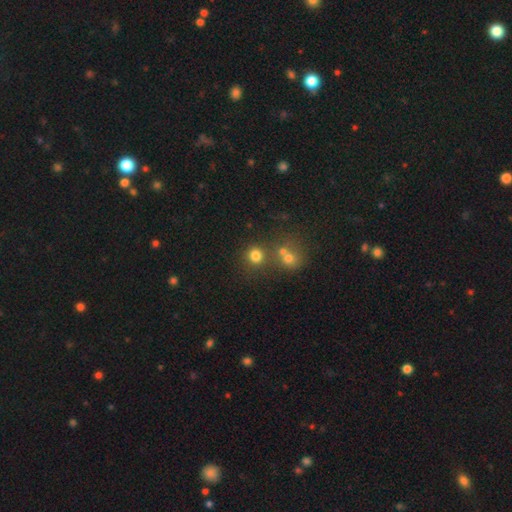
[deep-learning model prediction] This appears to be a smooth galaxy with no disk features (77%) that is round (89%). Merging: none (69%).